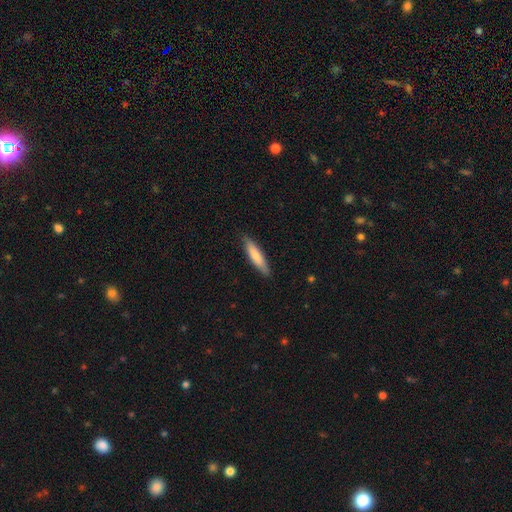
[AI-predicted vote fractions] A smooth galaxy with no disk features (77%) that is cigar-shaped (83%).

Vote fractions:
- Smooth or featured? smooth: 77% / featured or disk: 18% / star or artifact: 5%
- How rounded? cigar-shaped: 83% / in between: 16% / round: 1%
- Merging? none: 87% / minor disturbance: 10% / major disturbance: 2% / merger: 1%